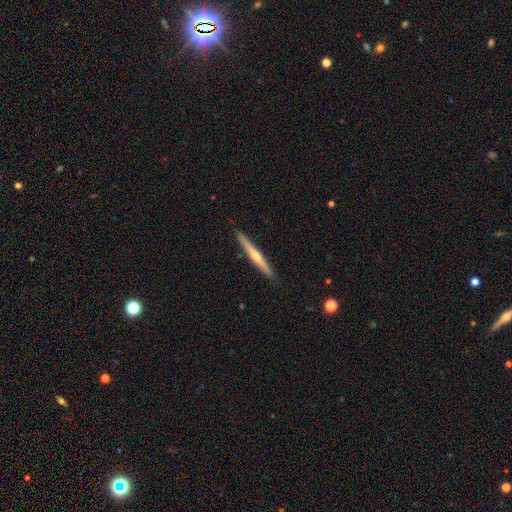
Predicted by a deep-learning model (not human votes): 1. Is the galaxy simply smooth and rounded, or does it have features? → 66% featured or disk, 28% smooth, 6% star or artifact.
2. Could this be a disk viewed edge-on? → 98% yes, 2% no.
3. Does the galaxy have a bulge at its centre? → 78% rounded, 19% none, 3% boxy.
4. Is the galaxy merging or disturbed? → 91% none, 6% minor disturbance, 1% major disturbance, 1% merger.